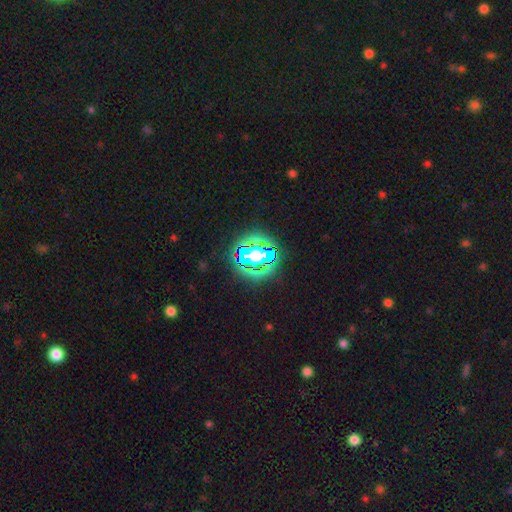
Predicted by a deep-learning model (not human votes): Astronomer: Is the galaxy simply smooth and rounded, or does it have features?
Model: star or artifact — 56%.